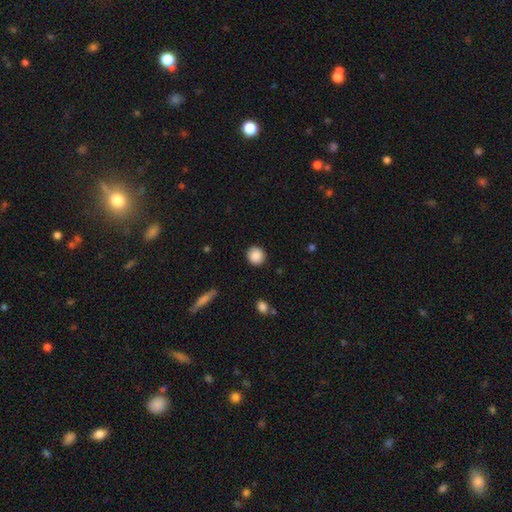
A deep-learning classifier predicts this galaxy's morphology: Smooth or featured?
  - smooth: 88% *
  - star or artifact: 8%
  - featured or disk: 4%
How rounded?
  - round: 91% *
  - in between: 8%
  - cigar-shaped: 1%
Merging?
  - none: 90% *
  - minor disturbance: 7%
  - major disturbance: 2%
  - merger: 1%